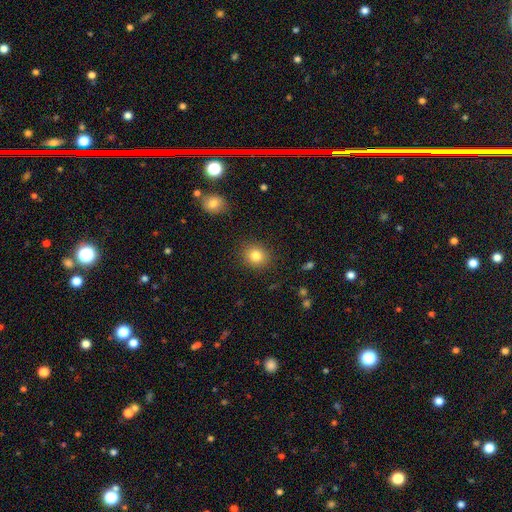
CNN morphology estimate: Smooth or featured? smooth (82%)
How rounded? round (72%)
Merging? none (88%)